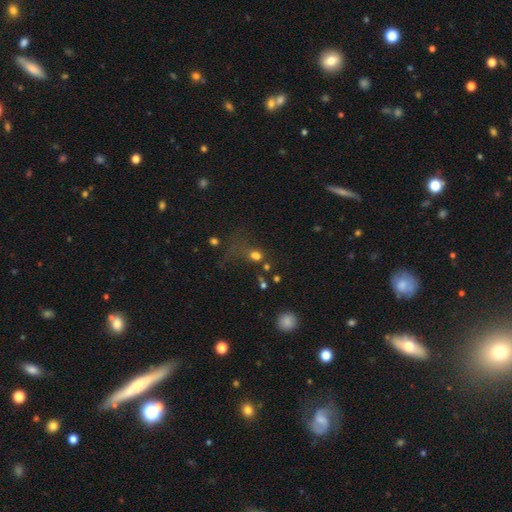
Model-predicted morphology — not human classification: This appears to be a smooth galaxy with no disk features (63%) that is round (57%). Merging: none (34%).